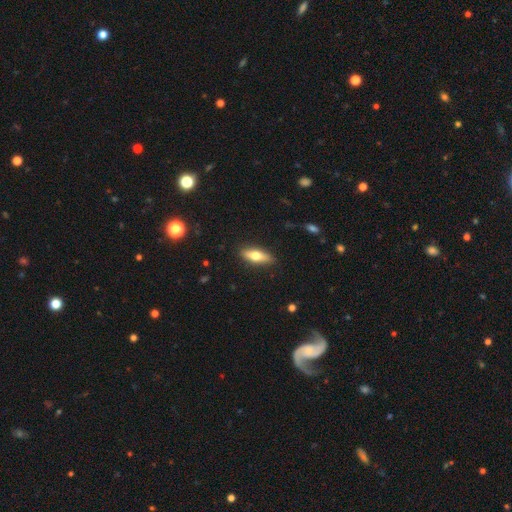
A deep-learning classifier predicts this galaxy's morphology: smooth-or-featured: smooth: 60% | featured or disk: 33% | star or artifact: 6%
  how-rounded: in between: 55% | cigar-shaped: 42% | round: 3%
  merging: none: 88% | minor disturbance: 9% | major disturbance: 2% | merger: 1%